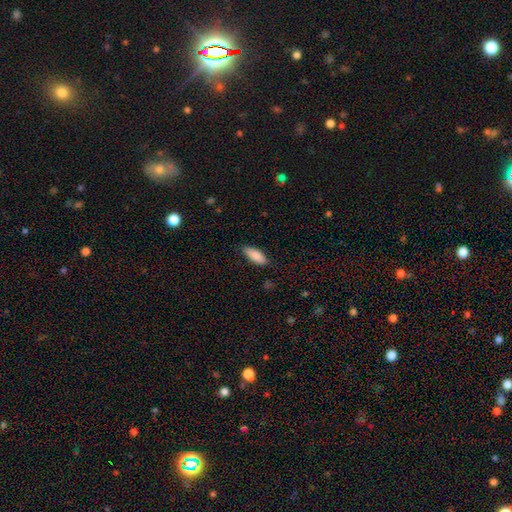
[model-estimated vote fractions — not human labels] Q: Smooth or featured?
A: smooth (86%); runner-up: featured or disk (9%)
Q: How rounded?
A: in between (77%); runner-up: cigar-shaped (21%)
Q: Merging?
A: none (83%); runner-up: minor disturbance (13%)